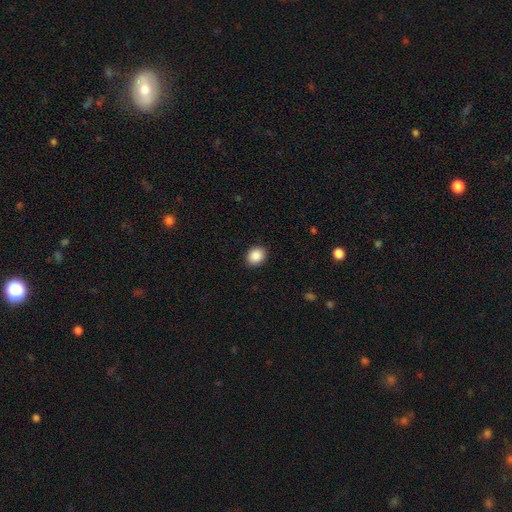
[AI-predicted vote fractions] A smooth galaxy with no disk features (89%) that is round (58%). Merging: none (90%).